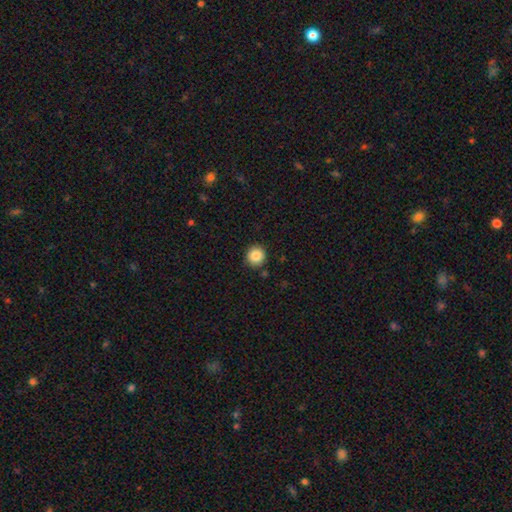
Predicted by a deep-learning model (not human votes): Overall: smooth (86%). How rounded: round (94%). Merging: none (90%).